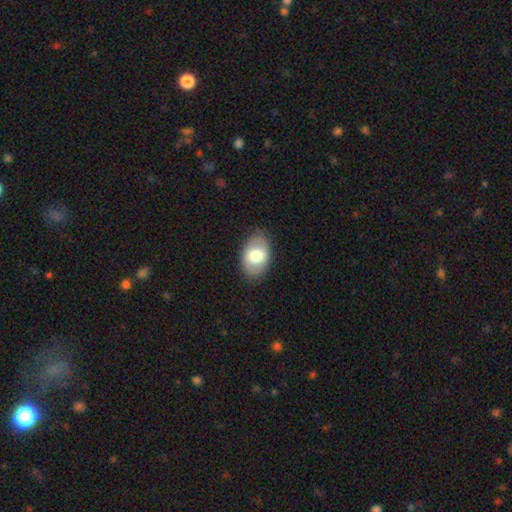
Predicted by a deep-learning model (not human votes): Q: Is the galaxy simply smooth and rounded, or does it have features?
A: smooth — 70%.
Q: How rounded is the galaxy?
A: in between — 88%.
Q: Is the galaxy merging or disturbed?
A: none — 84%.